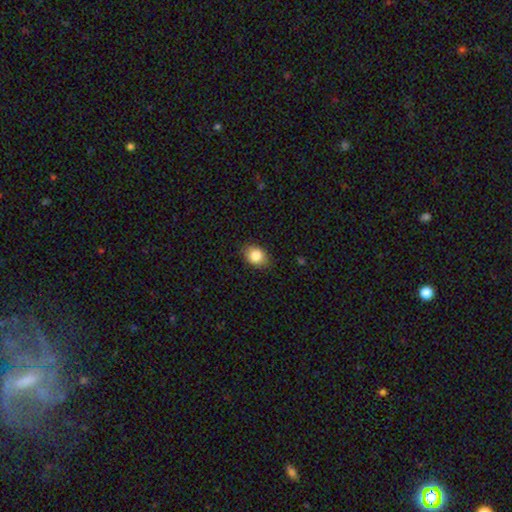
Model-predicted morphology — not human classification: This appears to be a smooth galaxy with no disk features (85%) that is in between round and cigar-shaped (67%). Merging: none (86%).